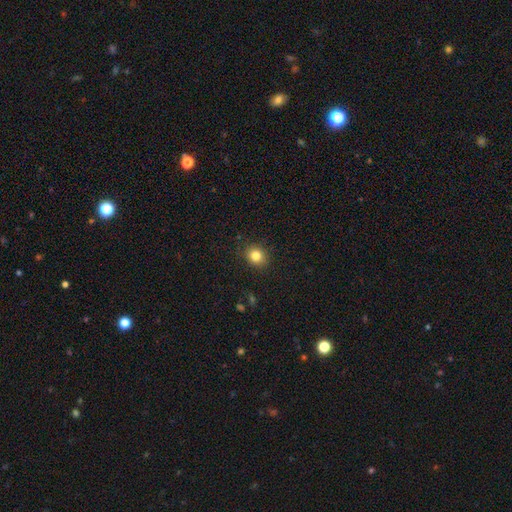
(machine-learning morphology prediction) Smooth or featured?
  - smooth: 82% *
  - star or artifact: 11%
  - featured or disk: 7%
How rounded?
  - round: 74% *
  - in between: 26%
  - cigar-shaped: 1%
Merging?
  - none: 89% *
  - minor disturbance: 8%
  - major disturbance: 2%
  - merger: 1%